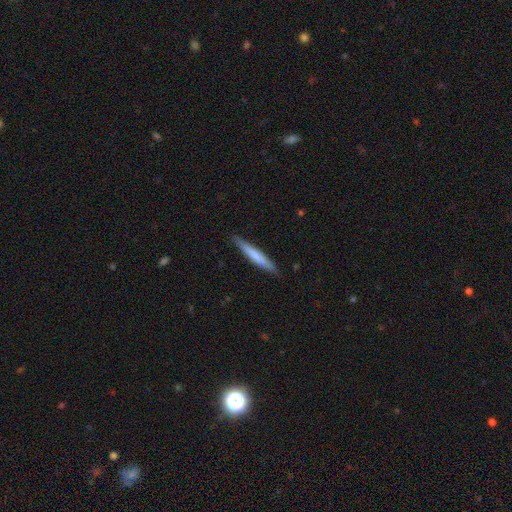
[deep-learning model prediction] Smooth or featured: smooth — 65% (featured or disk — 30%)
How rounded: cigar-shaped — 95% (in between — 4%)
Merging: none — 89% (minor disturbance — 9%)